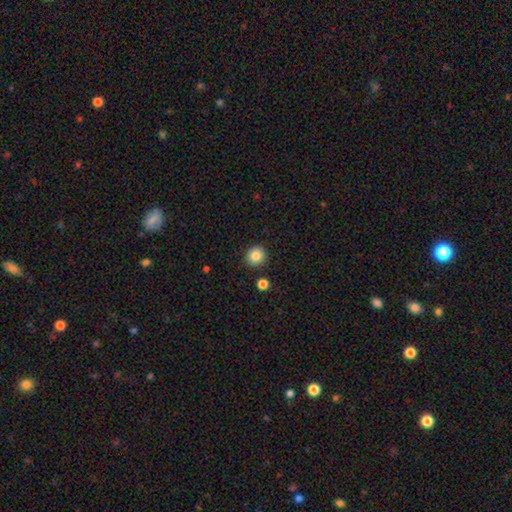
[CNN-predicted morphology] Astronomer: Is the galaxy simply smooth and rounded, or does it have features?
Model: smooth — 85%.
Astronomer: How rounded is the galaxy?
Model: round — 91%.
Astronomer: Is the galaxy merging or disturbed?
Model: none — 90%.